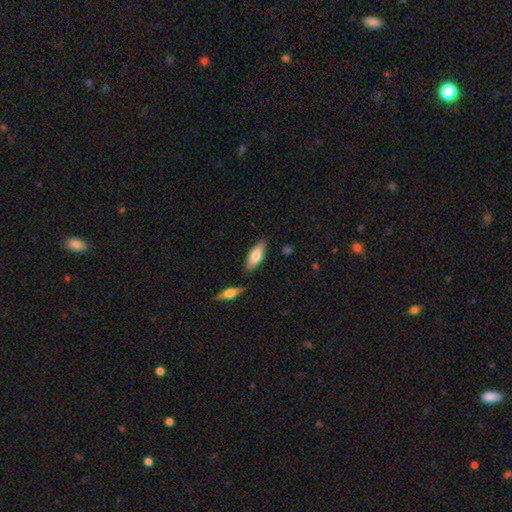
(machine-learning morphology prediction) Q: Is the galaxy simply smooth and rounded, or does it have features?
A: smooth — 71%.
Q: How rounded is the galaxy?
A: in between — 68%.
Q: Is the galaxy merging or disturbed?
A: none — 80%.